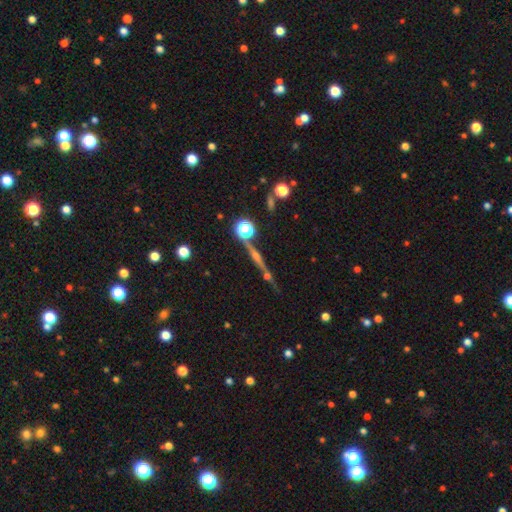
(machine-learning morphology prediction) smooth-or-featured: featured or disk: 73% | star or artifact: 15% | smooth: 12%
  disk-edge-on: yes: 95% | no: 5%
    edge-on-bulge: rounded: 82% | none: 10% | boxy: 8%
  merging: none: 79% | minor disturbance: 10% | merger: 7% | major disturbance: 4%